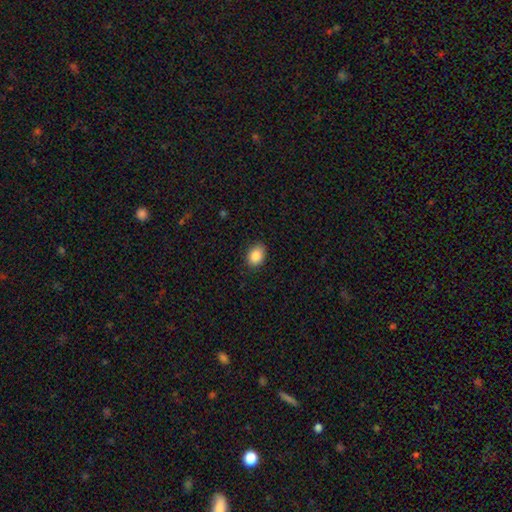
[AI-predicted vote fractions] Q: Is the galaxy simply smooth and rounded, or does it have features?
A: smooth — 88%.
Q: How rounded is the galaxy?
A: in between — 76%.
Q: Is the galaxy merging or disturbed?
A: none — 85%.